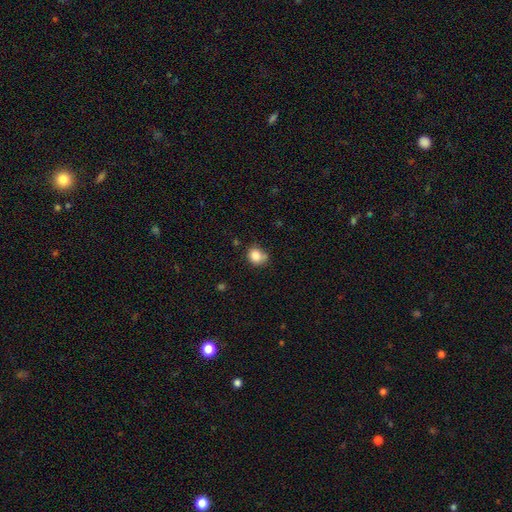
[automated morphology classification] A smooth galaxy with no disk features (84%) that is round (67%). Merging: none (58%).